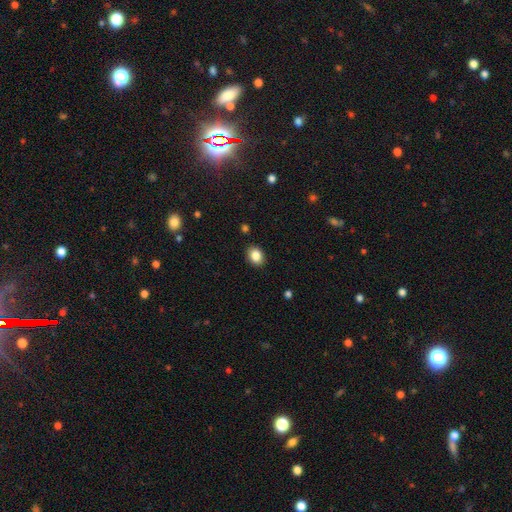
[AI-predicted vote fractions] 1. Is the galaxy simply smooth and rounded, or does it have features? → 86% smooth, 9% star or artifact, 5% featured or disk.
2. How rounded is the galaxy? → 61% in between, 38% round, 1% cigar-shaped.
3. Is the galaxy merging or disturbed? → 89% none, 8% minor disturbance, 2% major disturbance, 1% merger.